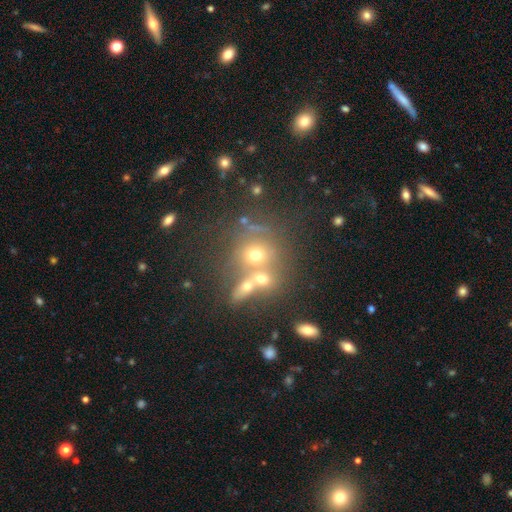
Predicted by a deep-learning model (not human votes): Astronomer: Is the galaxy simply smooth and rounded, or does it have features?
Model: smooth — 47% (runner-up: star or artifact, 29%).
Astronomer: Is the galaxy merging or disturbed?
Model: none — 46% (runner-up: merger, 39%).